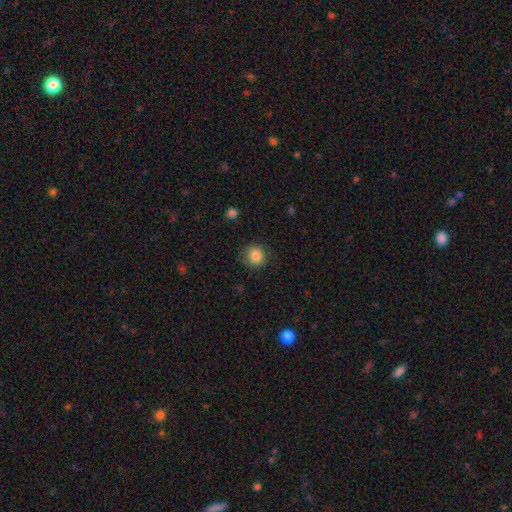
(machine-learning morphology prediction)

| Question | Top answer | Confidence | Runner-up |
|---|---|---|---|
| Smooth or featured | smooth | 84% | star or artifact (10%) |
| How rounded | round | 90% | in between (9%) |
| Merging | none | 87% | minor disturbance (10%) |